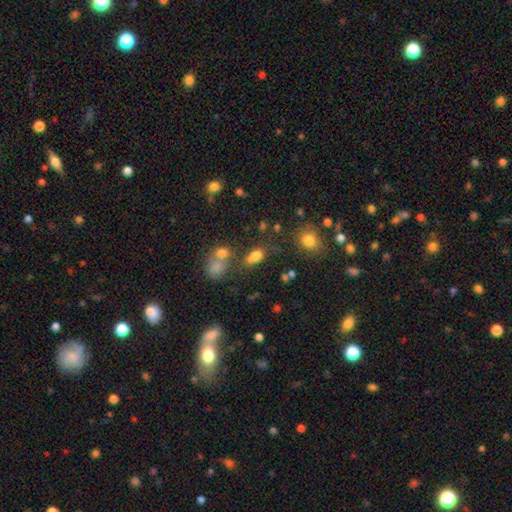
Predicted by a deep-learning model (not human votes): Overall: smooth (73%). How rounded: in between (68%; round 28%). Merging: none (48%; merger 28%).